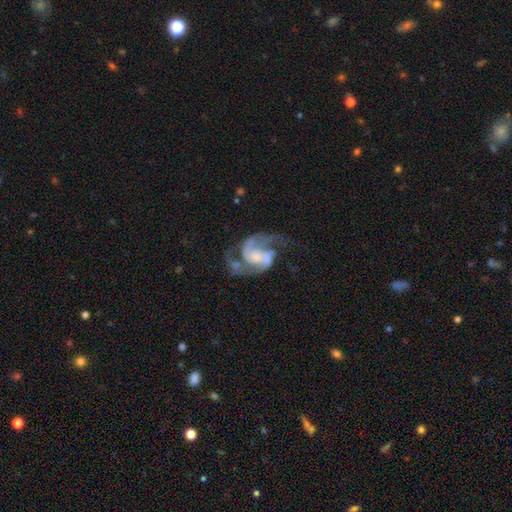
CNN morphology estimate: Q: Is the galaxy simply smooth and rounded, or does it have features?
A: featured or disk — 90%.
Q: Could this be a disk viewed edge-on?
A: no — 98%.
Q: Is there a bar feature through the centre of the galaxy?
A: no — 61%.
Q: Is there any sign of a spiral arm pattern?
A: yes — 97%.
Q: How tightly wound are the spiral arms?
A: medium — 56%.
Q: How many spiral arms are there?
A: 2 — 87%.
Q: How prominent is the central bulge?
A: small — 43%.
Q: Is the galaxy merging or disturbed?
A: none — 48%.